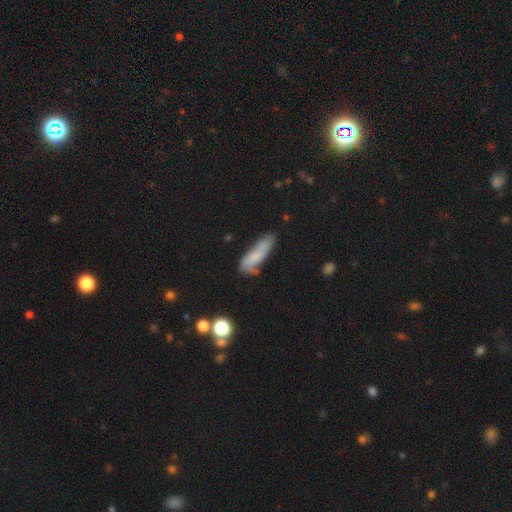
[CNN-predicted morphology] smooth_or_featured: smooth (p=0.60) [alt: featured or disk p=0.31]
how_rounded: cigar-shaped (p=0.60) [alt: in between p=0.38]
merging: none (p=0.51) [alt: minor disturbance p=0.31]